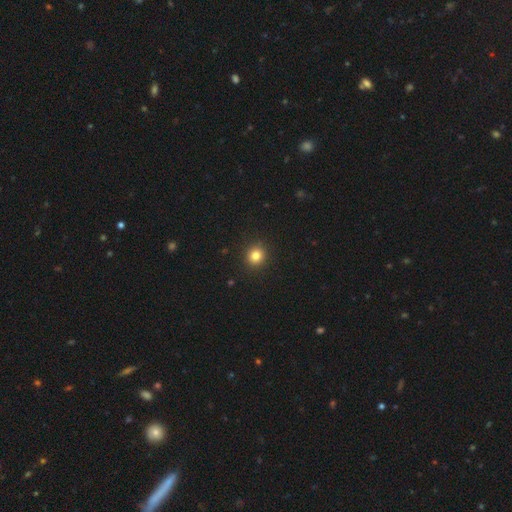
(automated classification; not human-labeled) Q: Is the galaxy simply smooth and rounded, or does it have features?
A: smooth — 83%.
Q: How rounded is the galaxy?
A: round — 87%.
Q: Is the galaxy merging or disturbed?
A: none — 92%.